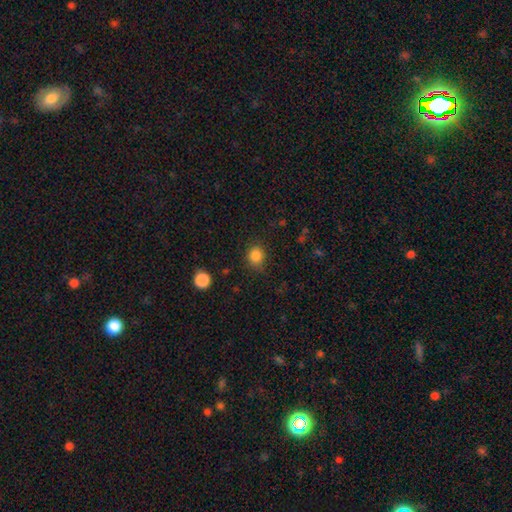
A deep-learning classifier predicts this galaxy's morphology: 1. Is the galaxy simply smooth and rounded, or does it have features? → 84% smooth, 12% star or artifact, 4% featured or disk.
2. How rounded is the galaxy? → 79% round, 20% in between, 1% cigar-shaped.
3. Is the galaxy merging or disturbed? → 80% none, 14% minor disturbance, 4% major disturbance, 2% merger.